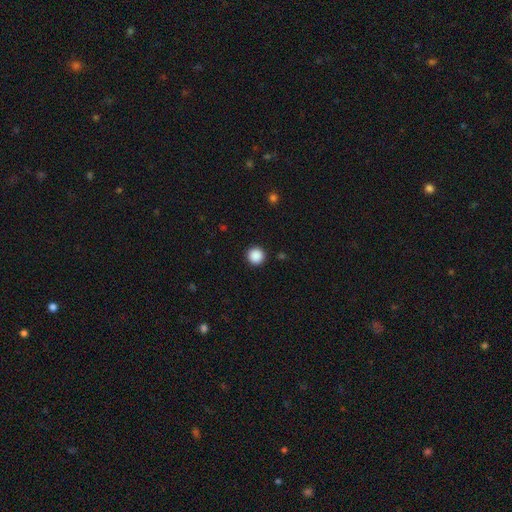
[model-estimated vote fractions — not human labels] Smooth or featured? smooth (89%)
How rounded? round (96%)
Merging? none (93%)